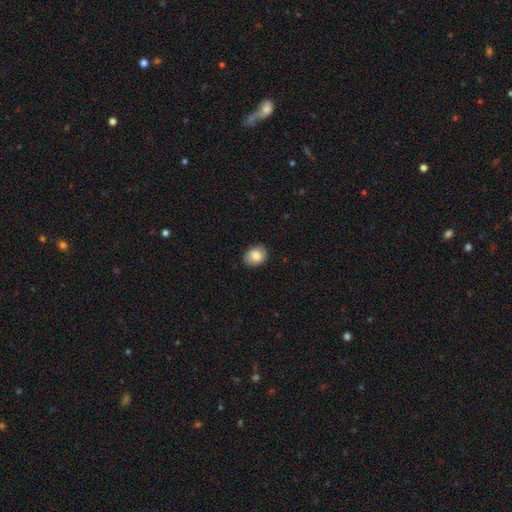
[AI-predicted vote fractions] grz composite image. It shows a smooth galaxy with no disk features (84%) that is in between round and cigar-shaped (60%). Merging: none (86%).